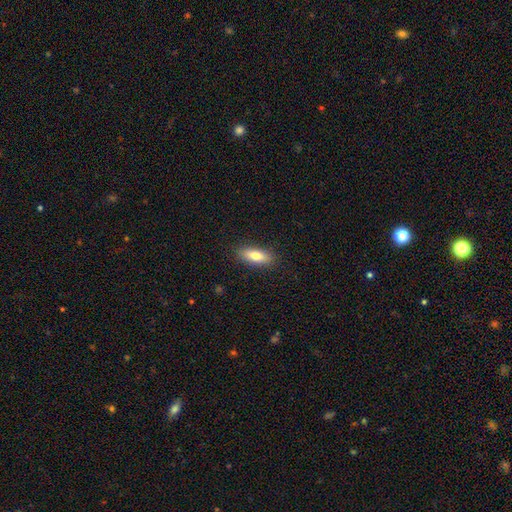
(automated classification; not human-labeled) This appears to be a smooth galaxy with no disk features (75%) that is in between round and cigar-shaped (70%). Merging: none (89%).